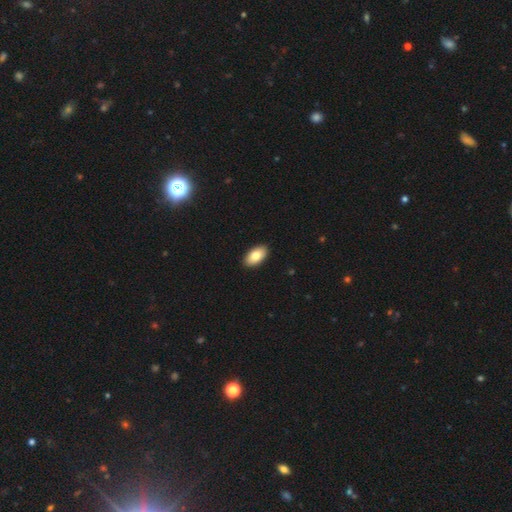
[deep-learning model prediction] This is clearly a smooth galaxy (81%). How rounded: clearly in between (95%). Merging: clearly none (91%).